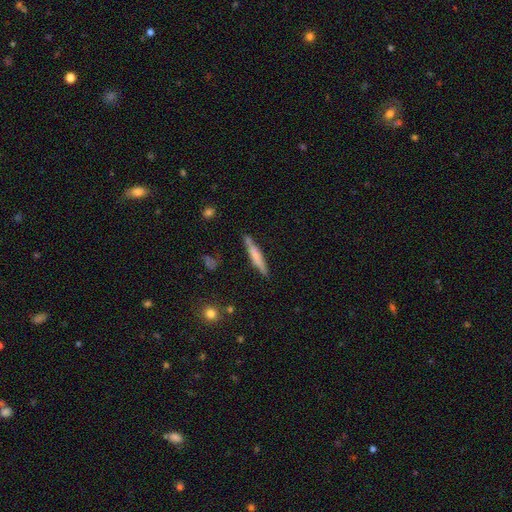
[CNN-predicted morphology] smooth-or-featured: smooth: 58% | featured or disk: 36% | star or artifact: 6%
  how-rounded: cigar-shaped: 93% | in between: 6% | round: 2%
  merging: none: 82% | minor disturbance: 13% | merger: 3% | major disturbance: 2%